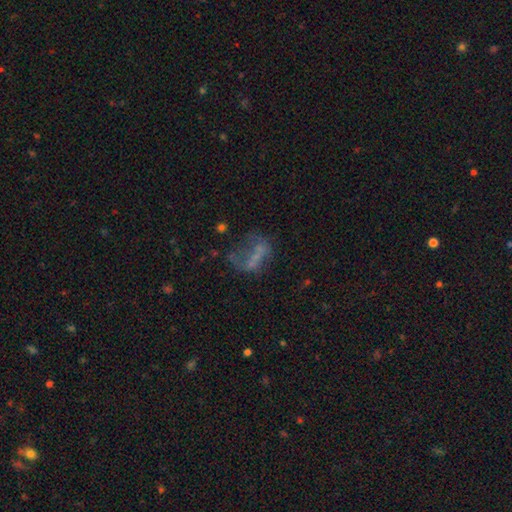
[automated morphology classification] featured or disk 41%, smooth 39%, star or artifact 21%. Down the decision tree: merging — major disturbance (40%).